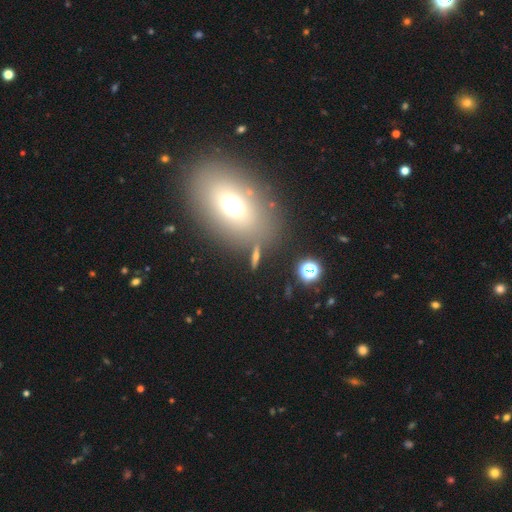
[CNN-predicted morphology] smooth-or-featured: smooth: 44% | featured or disk: 30% | star or artifact: 25%
  merging: none: 78% | minor disturbance: 10% | merger: 8% | major disturbance: 5%